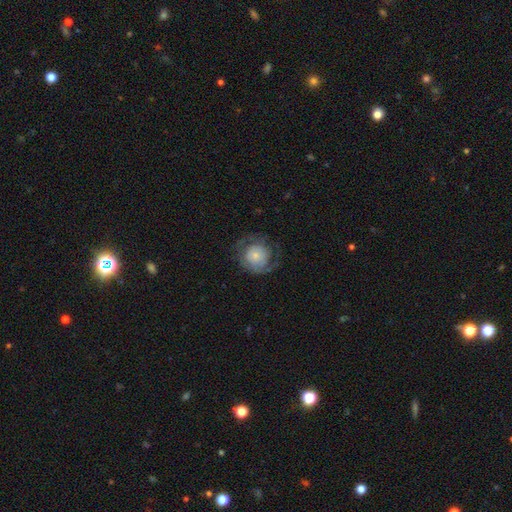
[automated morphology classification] A featured or disk galaxy (57%) with no bar (82%), spiral arms (79%) and a small central bulge (57%).

Vote fractions:
- Smooth or featured? featured or disk: 57% / smooth: 36% / star or artifact: 7%
- Edge-on disk? no: 97% / yes: 3%
- Bar? no: 82% / weak: 15% / strong: 3%
- Spiral arms? yes: 79% / no: 21%
- Bulge size? small: 57% / moderate: 21% / large: 10% / none: 7% / dominant: 4%
- Merging? none: 61% / major disturbance: 19% / minor disturbance: 19% / merger: 1%